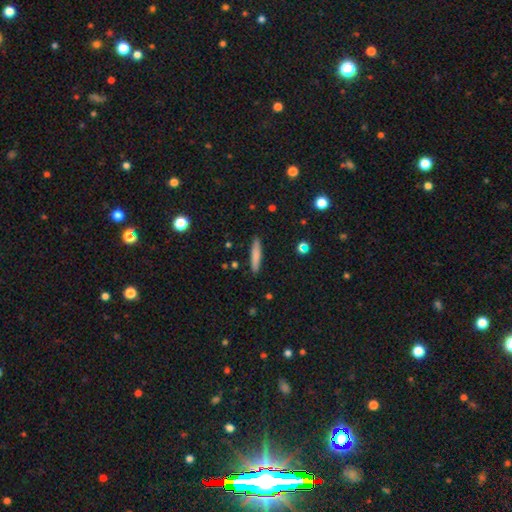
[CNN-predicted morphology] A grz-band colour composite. It shows a smooth galaxy with no disk features (76%) that is cigar-shaped (88%). Merging: none (89%).